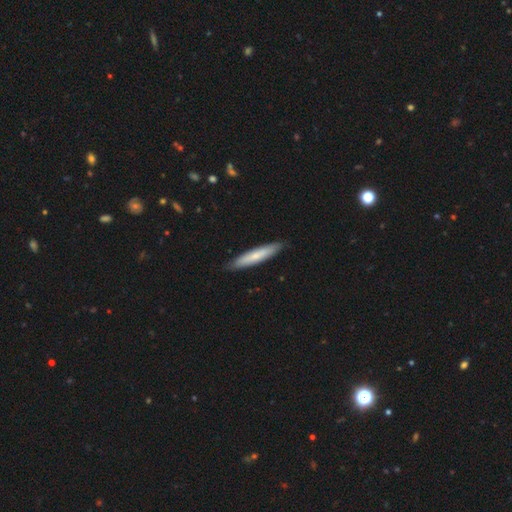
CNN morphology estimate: This is likely a smooth galaxy (66%). How rounded: clearly cigar-shaped (91%). Merging: clearly none (89%).